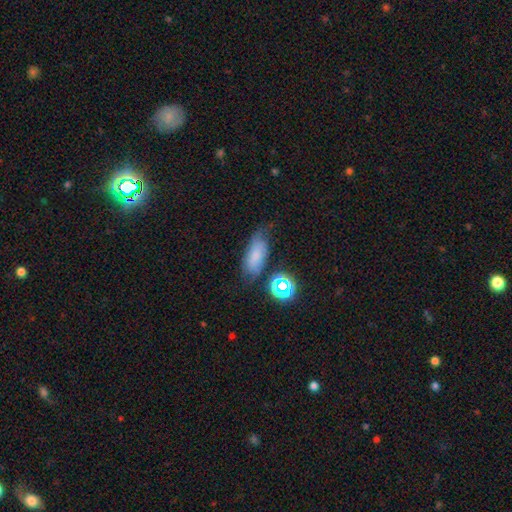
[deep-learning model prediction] Overall: smooth (69%). How rounded: in between (80%). Merging: none (57%; minor disturbance 28%).